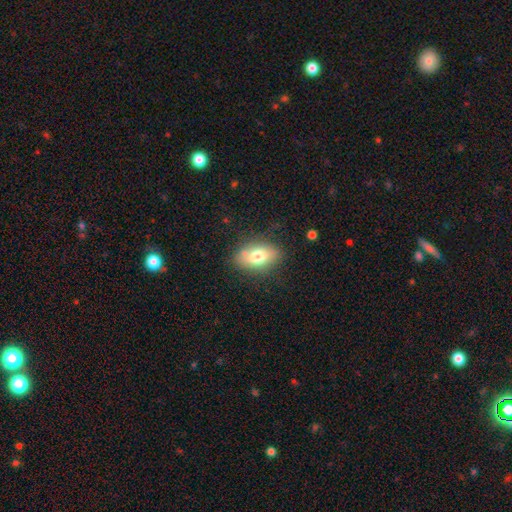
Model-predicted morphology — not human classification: Smooth or featured?
  - smooth: 70% *
  - featured or disk: 22%
  - star or artifact: 8%
How rounded?
  - in between: 86% *
  - round: 9%
  - cigar-shaped: 5%
Merging?
  - none: 78% *
  - minor disturbance: 15%
  - major disturbance: 3%
  - merger: 3%